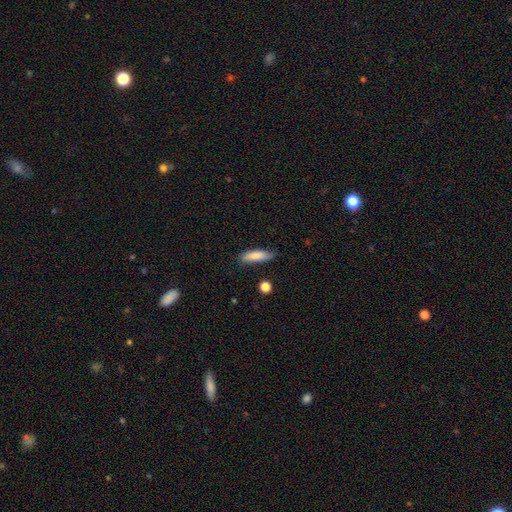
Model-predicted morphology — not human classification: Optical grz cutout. It shows a smooth galaxy with no disk features (83%) that is cigar-shaped (60%). Merging: none (76%).